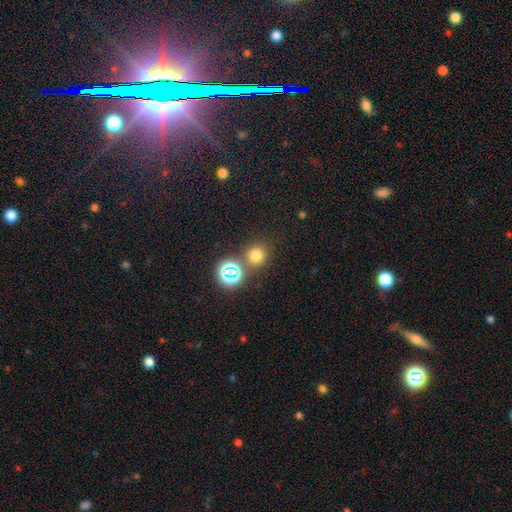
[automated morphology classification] Q: Smooth or featured?
A: smooth (70%); runner-up: star or artifact (24%)
Q: How rounded?
A: round (90%); runner-up: in between (9%)
Q: Merging?
A: none (77%); runner-up: merger (13%)